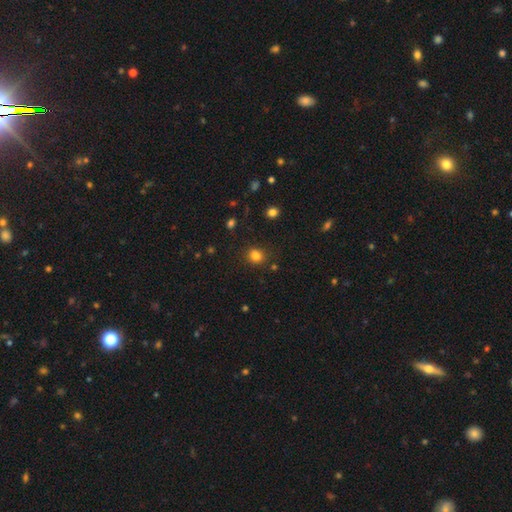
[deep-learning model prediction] Smooth or featured: smooth — 81% (star or artifact — 14%)
How rounded: round — 75% (in between — 24%)
Merging: none — 83% (minor disturbance — 10%)